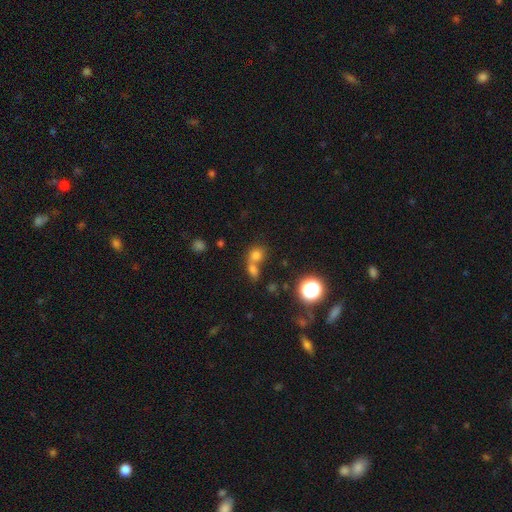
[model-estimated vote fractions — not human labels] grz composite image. It shows a smooth galaxy with no disk features (72%) that is round (62%). Merging: merger (59%).